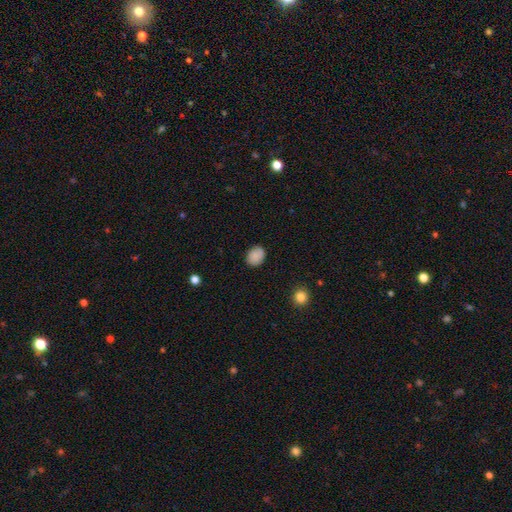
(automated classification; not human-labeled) smooth 88%, star or artifact 9%, featured or disk 4%. Down the decision tree: how rounded — in between (50%, tied with round); merging — none (85%).